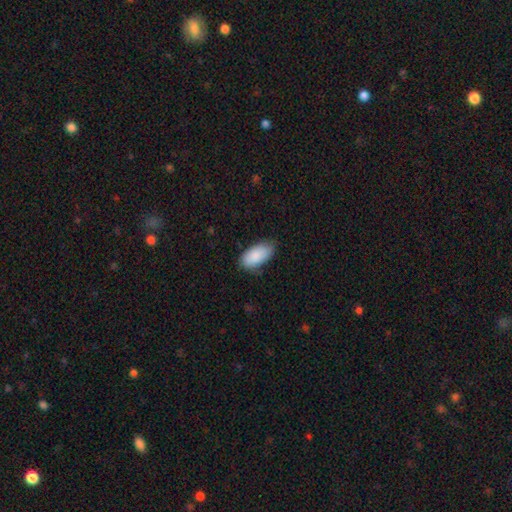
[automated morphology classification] smooth-or-featured: smooth: 88% | featured or disk: 7% | star or artifact: 6%
  how-rounded: in between: 95% | cigar-shaped: 3% | round: 2%
  merging: none: 70% | minor disturbance: 25% | major disturbance: 4% | merger: 1%